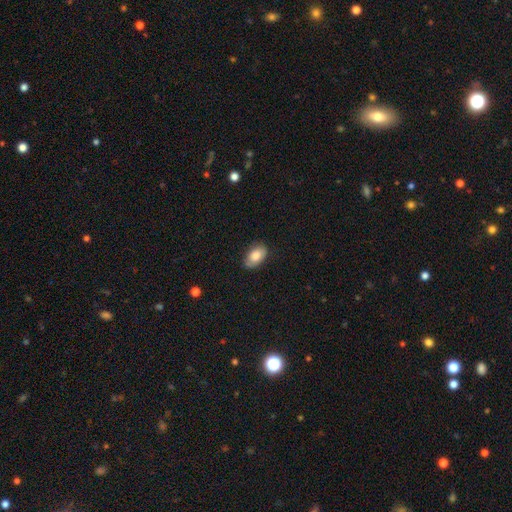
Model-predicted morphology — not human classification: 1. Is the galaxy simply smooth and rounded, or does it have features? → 82% smooth, 11% featured or disk, 7% star or artifact.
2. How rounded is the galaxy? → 92% in between, 7% round, 1% cigar-shaped.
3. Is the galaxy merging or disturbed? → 78% none, 18% minor disturbance, 3% major disturbance, 1% merger.